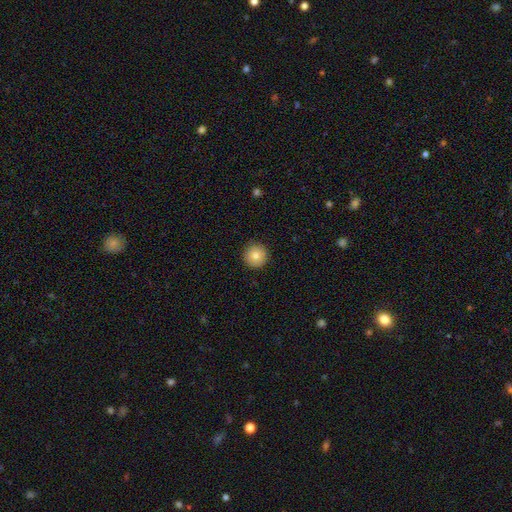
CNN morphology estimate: smooth 81%, featured or disk 10%, star or artifact 9%. Down the decision tree: how rounded — round (96%); merging — none (90%).